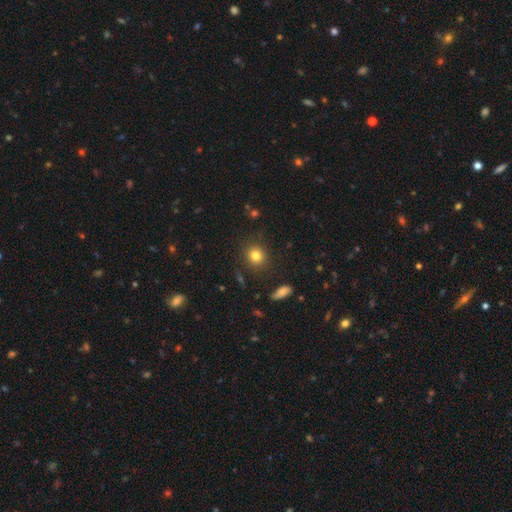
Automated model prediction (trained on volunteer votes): Smooth or featured? Predicted: smooth (p=0.82). How rounded? Predicted: round (p=0.87). Merging? Predicted: none (p=0.87).